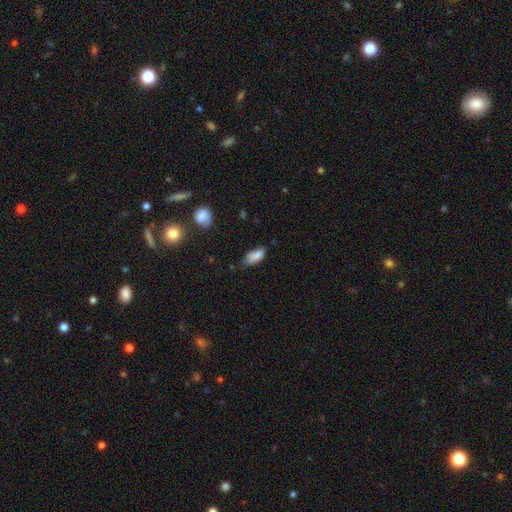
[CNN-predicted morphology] This appears to be a smooth galaxy with no disk features (81%) that is in between round and cigar-shaped (85%). Merging: none (47%).